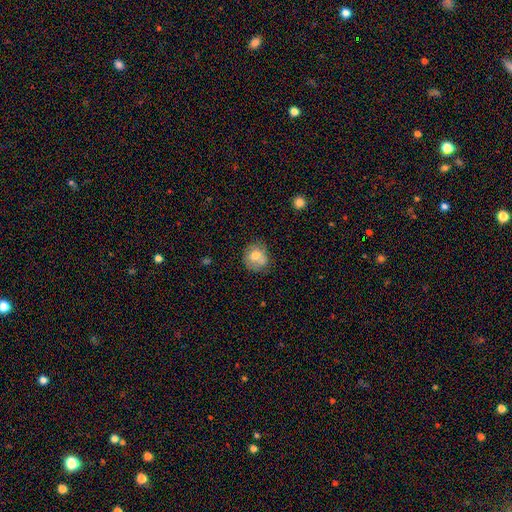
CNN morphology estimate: Smooth or featured: smooth — 68% (featured or disk — 23%)
How rounded: round — 76% (in between — 23%)
Merging: none — 55% (minor disturbance — 25%)